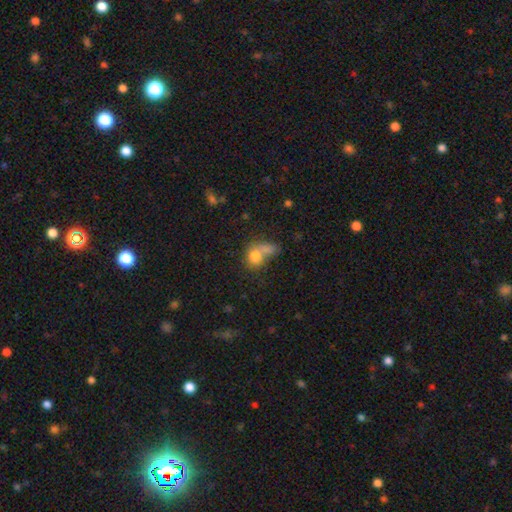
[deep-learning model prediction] Smooth or featured? Predicted: smooth (p=0.78). How rounded? Predicted: in between (p=0.50). Merging? Predicted: merger (p=0.53).